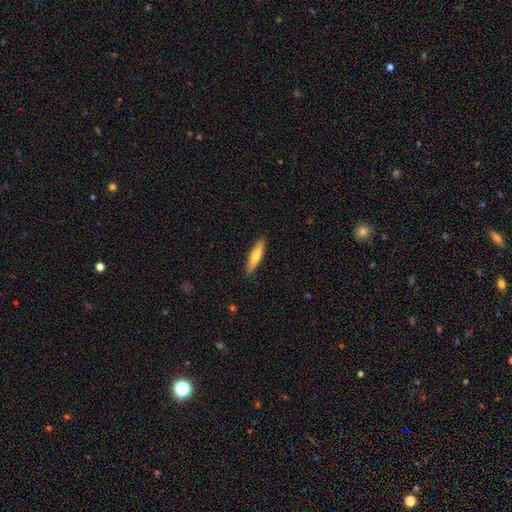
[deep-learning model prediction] This is likely a smooth galaxy (62%). How rounded: clearly cigar-shaped (80%). Merging: clearly none (90%).